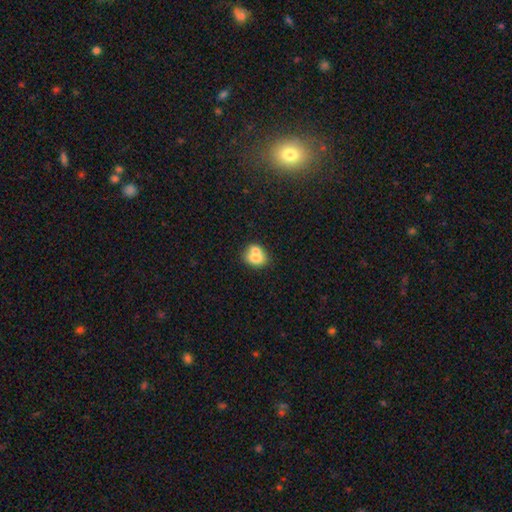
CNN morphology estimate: Q: Smooth or featured?
A: smooth (70%); runner-up: featured or disk (21%)
Q: How rounded?
A: round (50%); runner-up: in between (48%)
Q: Merging?
A: merger (57%); runner-up: none (30%)